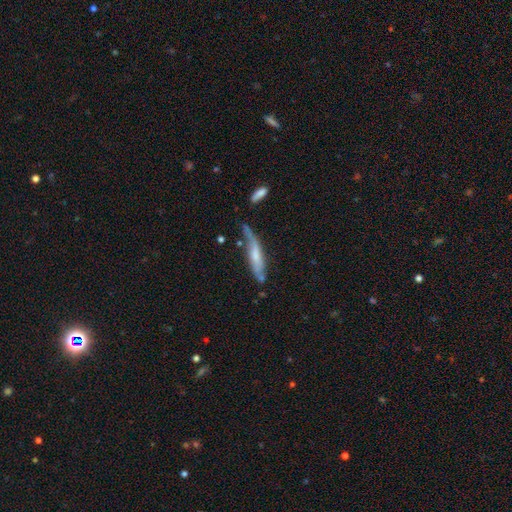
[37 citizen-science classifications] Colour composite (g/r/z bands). It shows a featured or disk galaxy (51%) viewed edge-on (58%) with a rounded central bulge (45%). Merging: none (49%).